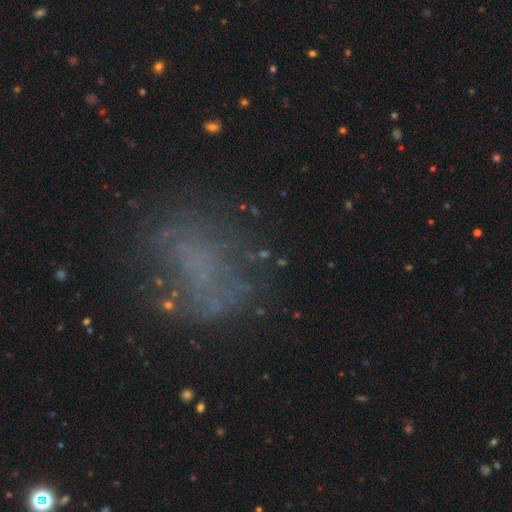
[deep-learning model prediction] featured or disk 45%, smooth 31%, star or artifact 24%. Down the decision tree: merging — none (58%).